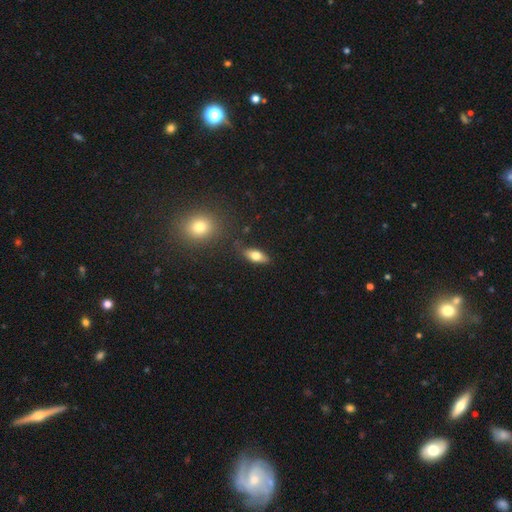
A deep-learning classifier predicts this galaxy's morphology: smooth 71%, featured or disk 22%, star or artifact 7%. Down the decision tree: how rounded — in between (80%); merging — none (83%).